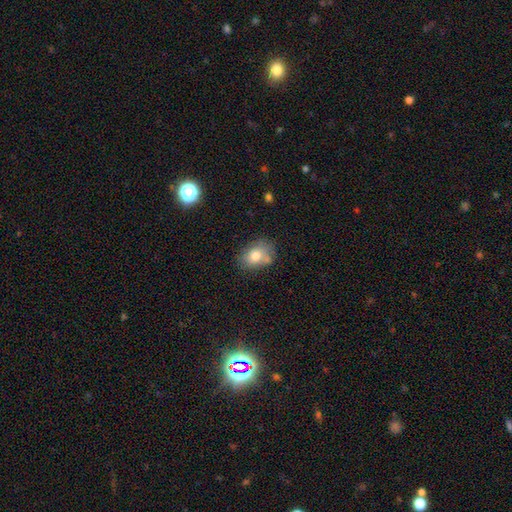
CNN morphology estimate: smooth_or_featured: smooth (p=0.76) [alt: featured or disk p=0.14]
how_rounded: in between (p=0.67) [alt: round p=0.32]
merging: none (p=0.60) [alt: minor disturbance p=0.24]